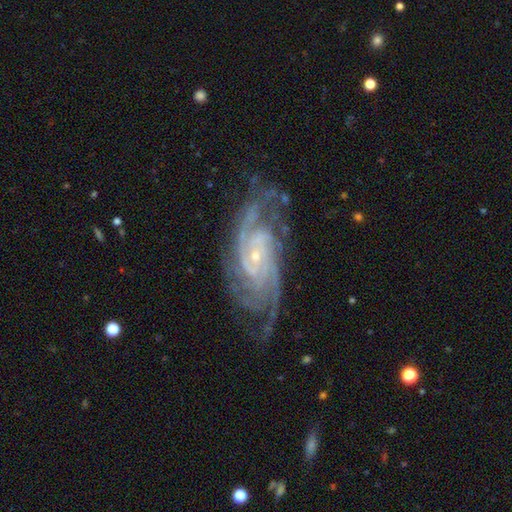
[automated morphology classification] featured or disk 91%, star or artifact 5%, smooth 3%. Down the decision tree: edge-on disk — no (96%); bar — no (63%); spiral arms — yes (98%); spiral arm count — 4 (23%); spiral winding — tight (63%); bulge size — small (81%); merging — none (73%).